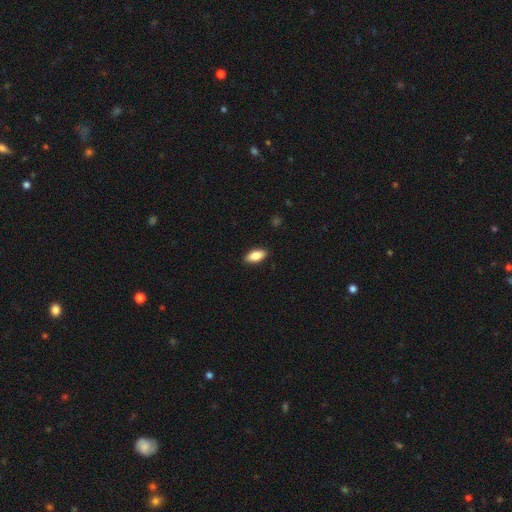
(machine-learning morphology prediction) Smooth or featured? smooth (83%)
How rounded? in between (87%)
Merging? none (89%)